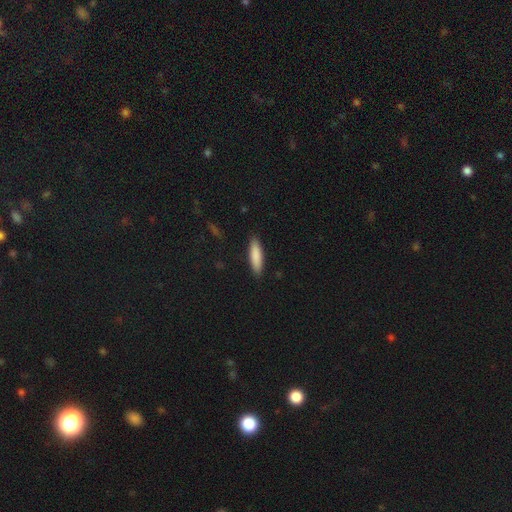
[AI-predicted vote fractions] Overall: smooth (86%). How rounded: cigar-shaped (67%; in between 31%). Merging: none (89%).